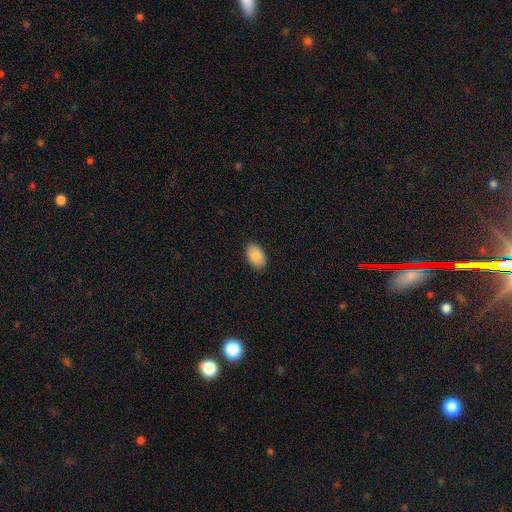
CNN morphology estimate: A smooth galaxy with no disk features (84%) that is in between round and cigar-shaped (92%). Merging: none (88%).